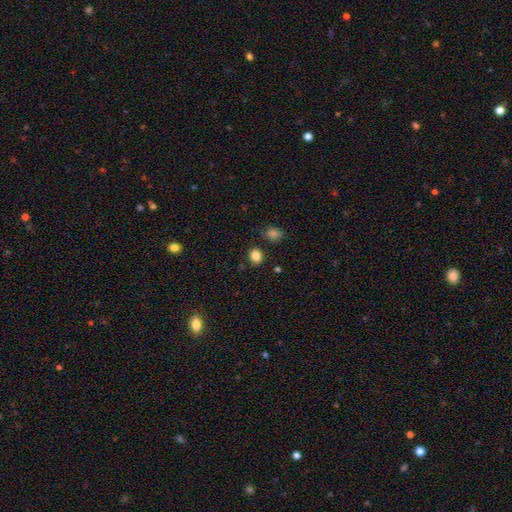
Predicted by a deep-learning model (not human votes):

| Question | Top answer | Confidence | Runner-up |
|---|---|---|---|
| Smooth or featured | smooth | 85% | star or artifact (11%) |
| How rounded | round | 60% | in between (39%) |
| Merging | none | 86% | minor disturbance (9%) |